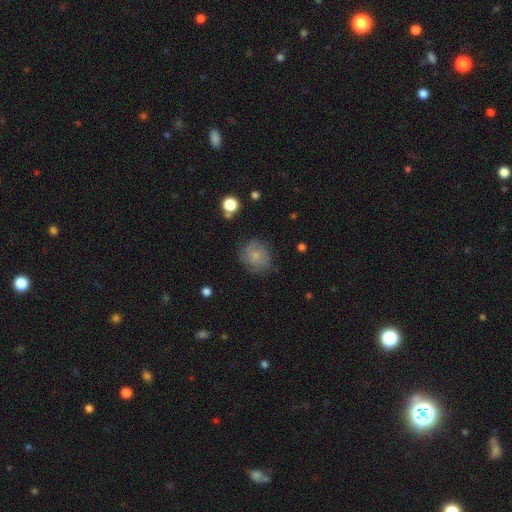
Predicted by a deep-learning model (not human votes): smooth_or_featured: smooth (p=0.67) [alt: featured or disk p=0.23]
how_rounded: round (p=0.77) [alt: in between p=0.22]
merging: none (p=0.70) [alt: minor disturbance p=0.22]